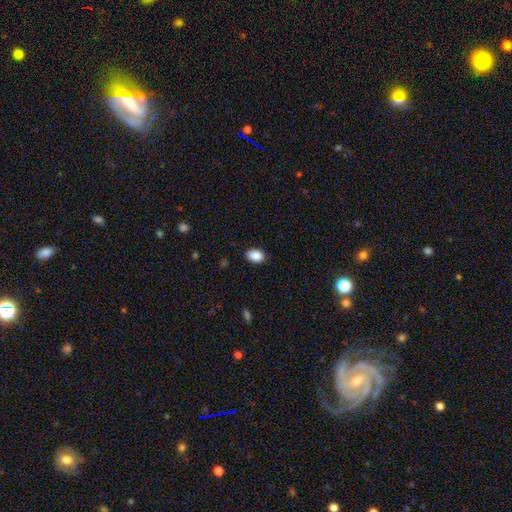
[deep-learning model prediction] smooth 89%, star or artifact 8%, featured or disk 4%. Down the decision tree: how rounded — in between (82%); merging — none (86%).